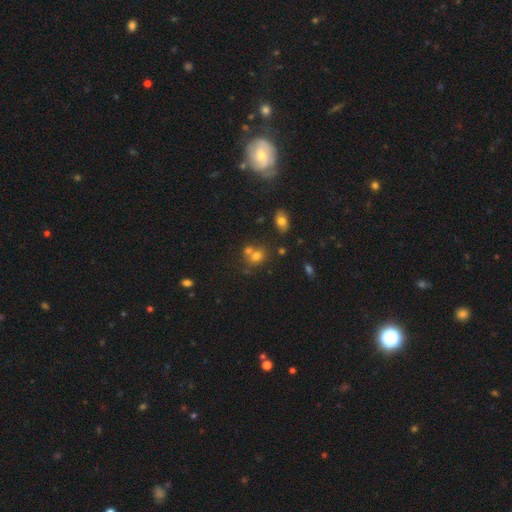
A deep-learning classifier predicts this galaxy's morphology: Smooth or featured?
  - smooth: 67% *
  - star or artifact: 19%
  - featured or disk: 14%
How rounded?
  - round: 65% *
  - in between: 34%
  - cigar-shaped: 1%
Merging?
  - none: 45% *
  - merger: 41%
  - minor disturbance: 10%
  - major disturbance: 4%